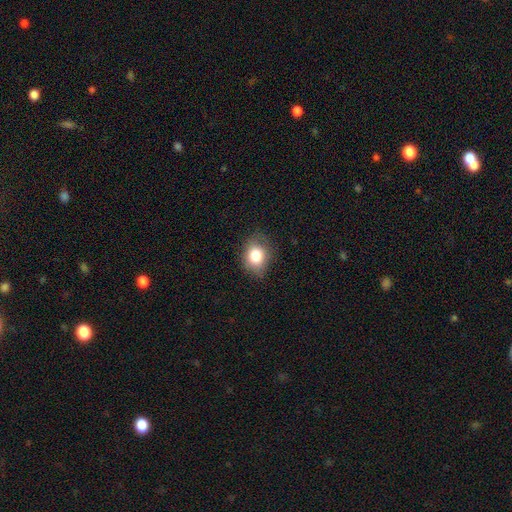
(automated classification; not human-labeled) Q: Smooth or featured?
A: smooth (80%); runner-up: featured or disk (10%)
Q: How rounded?
A: in between (53%); runner-up: round (46%)
Q: Merging?
A: none (74%); runner-up: minor disturbance (20%)